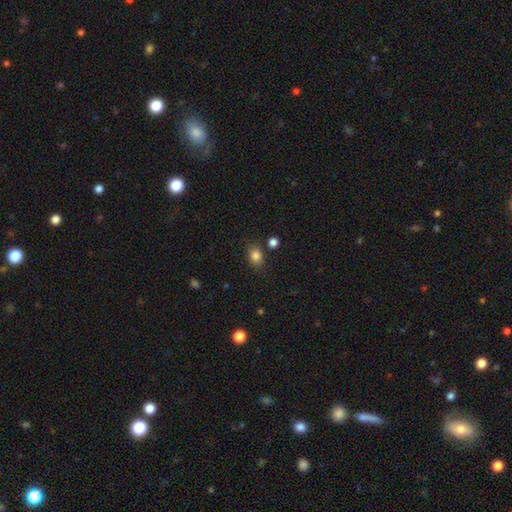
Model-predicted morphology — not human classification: Smooth or featured? smooth (84%)
How rounded? in between (56%)
Merging? none (80%)